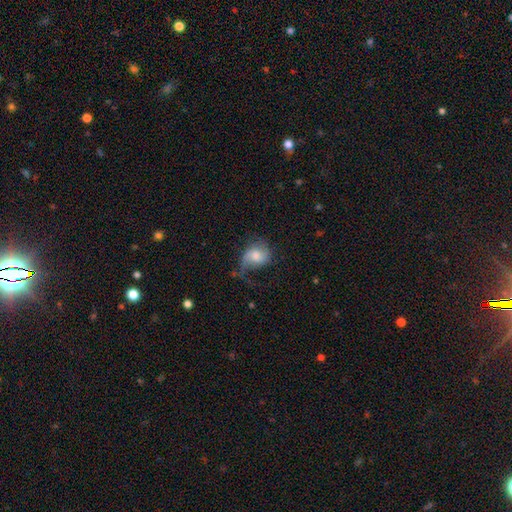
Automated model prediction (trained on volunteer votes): A featured or disk galaxy (54%) with no bar (59%), spiral arms (88%) and a moderate central bulge (48%). Merging: none (36%).